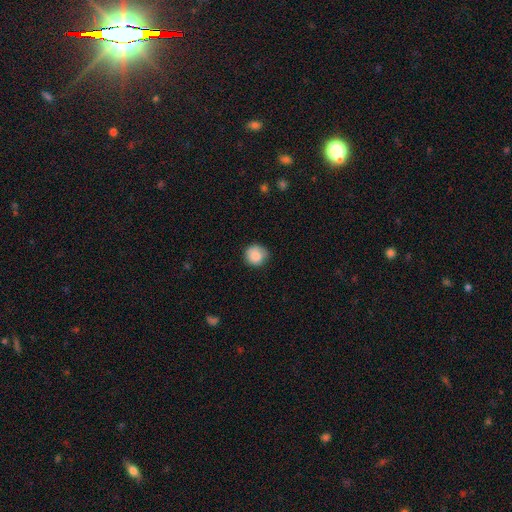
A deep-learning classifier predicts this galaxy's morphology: smooth 86%, star or artifact 8%, featured or disk 6%. Down the decision tree: how rounded — round (91%); merging — none (76%).